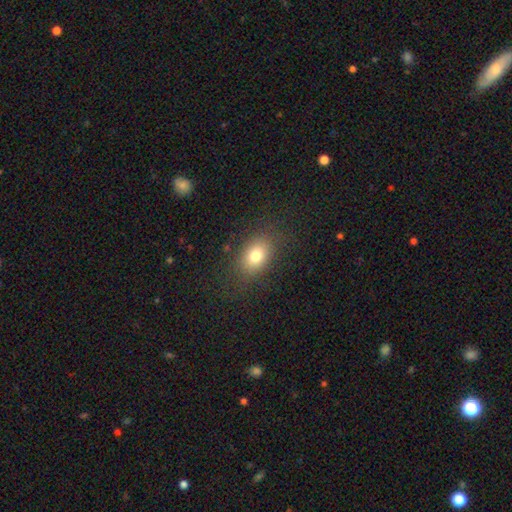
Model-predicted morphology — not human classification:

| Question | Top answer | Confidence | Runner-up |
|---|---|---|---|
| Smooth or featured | smooth | 77% | star or artifact (12%) |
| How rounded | in between | 75% | round (24%) |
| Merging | none | 83% | minor disturbance (11%) |